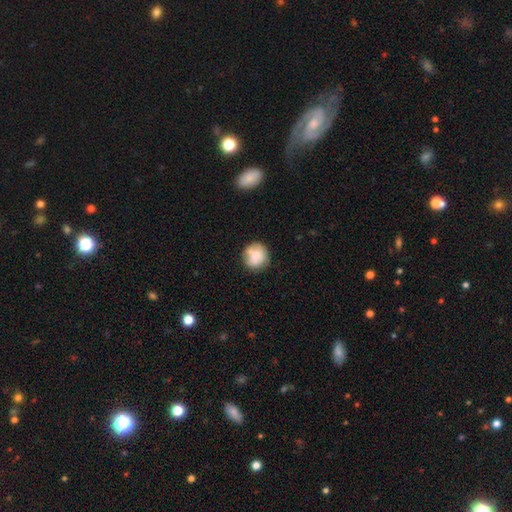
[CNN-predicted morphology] type=smooth (73%); roundness=round (90%); merging=none (67%).